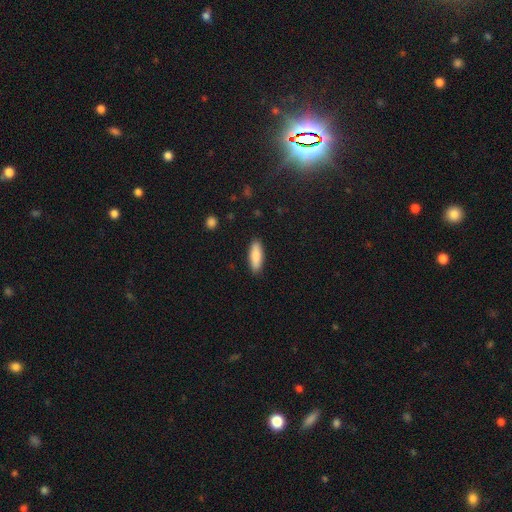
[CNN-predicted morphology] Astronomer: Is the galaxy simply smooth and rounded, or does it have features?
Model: smooth — 86%.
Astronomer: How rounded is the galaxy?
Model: in between — 57% (runner-up: cigar-shaped, 41%).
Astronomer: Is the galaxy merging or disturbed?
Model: none — 89%.